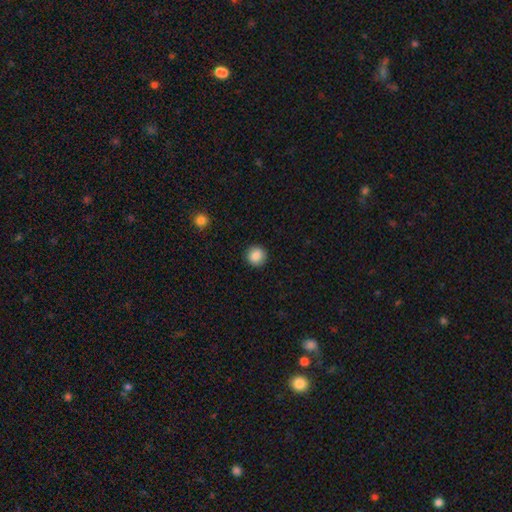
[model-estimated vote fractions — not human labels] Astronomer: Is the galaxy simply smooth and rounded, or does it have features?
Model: smooth — 88%.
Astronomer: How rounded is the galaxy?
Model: round — 93%.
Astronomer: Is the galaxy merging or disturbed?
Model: none — 92%.